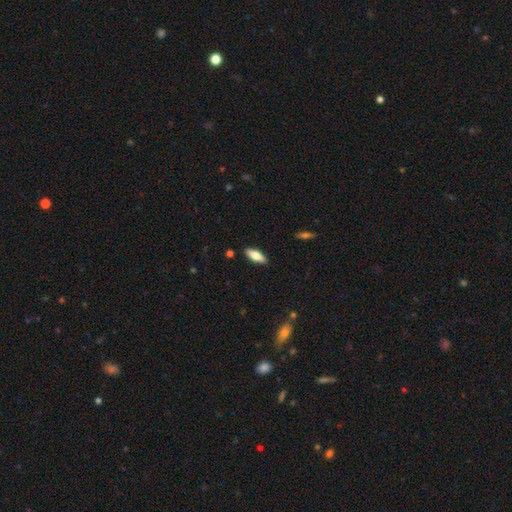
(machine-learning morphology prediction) A smooth galaxy with no disk features (63%) that is in between round and cigar-shaped (64%).

Vote fractions:
- Smooth or featured? smooth: 63% / featured or disk: 31% / star or artifact: 6%
- How rounded? in between: 64% / cigar-shaped: 34% / round: 2%
- Merging? none: 88% / minor disturbance: 9% / major disturbance: 2% / merger: 1%